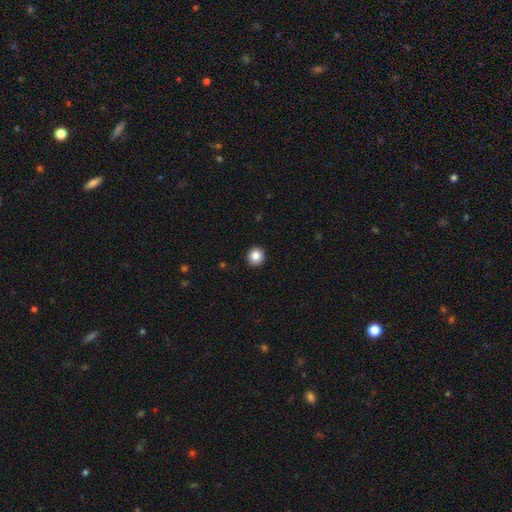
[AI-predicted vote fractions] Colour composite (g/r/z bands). It shows a smooth galaxy with no disk features (86%) that is round (93%). Merging: none (93%).